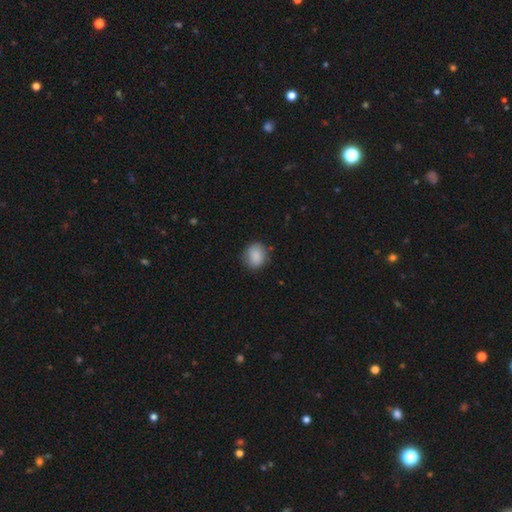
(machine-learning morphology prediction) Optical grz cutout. It shows a smooth galaxy with no disk features (88%) that is round (68%). Merging: none (81%).